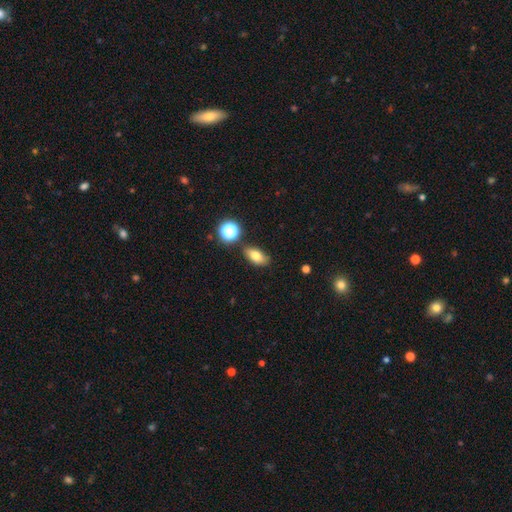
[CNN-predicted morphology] Smooth or featured?
  - smooth: 75% *
  - featured or disk: 13%
  - star or artifact: 12%
How rounded?
  - in between: 83% *
  - round: 10%
  - cigar-shaped: 7%
Merging?
  - none: 78% *
  - minor disturbance: 14%
  - merger: 5%
  - major disturbance: 3%